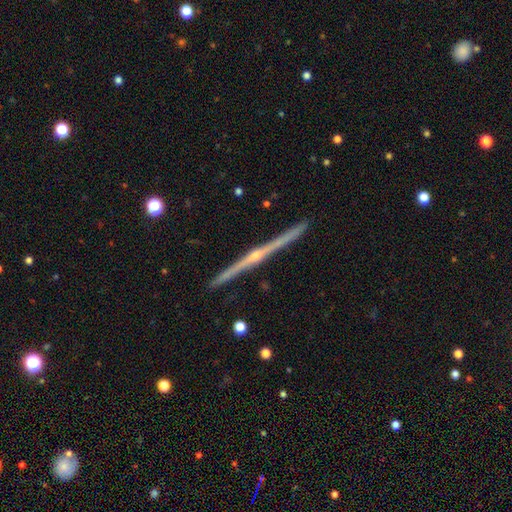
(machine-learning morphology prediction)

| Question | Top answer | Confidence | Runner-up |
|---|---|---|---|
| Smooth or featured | featured or disk | 88% | smooth (8%) |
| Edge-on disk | yes | 99% | no (1%) |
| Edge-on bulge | rounded | 84% | none (12%) |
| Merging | none | 93% | minor disturbance (5%) |